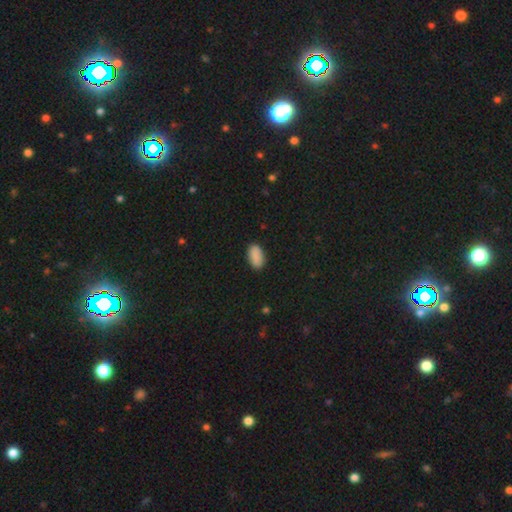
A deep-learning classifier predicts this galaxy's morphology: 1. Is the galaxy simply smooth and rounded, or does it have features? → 89% smooth, 7% star or artifact, 3% featured or disk.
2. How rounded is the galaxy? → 94% in between, 3% round, 3% cigar-shaped.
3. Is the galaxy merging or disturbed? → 87% none, 9% minor disturbance, 2% major disturbance, 1% merger.